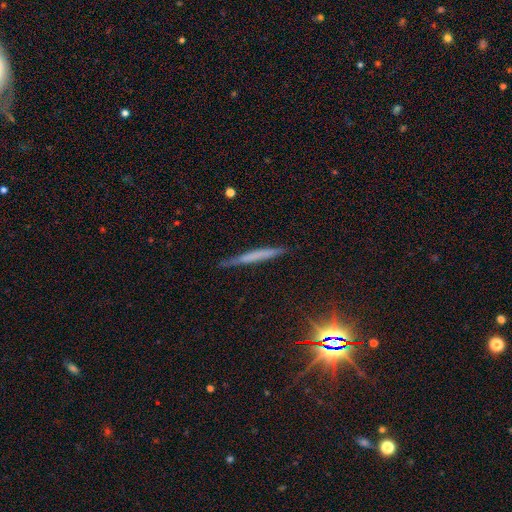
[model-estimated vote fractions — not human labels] Smooth or featured: smooth — 48% (featured or disk — 38%)
Merging: none — 82% (minor disturbance — 14%)